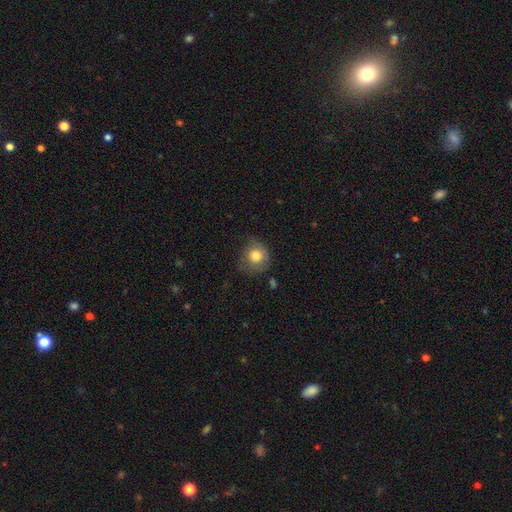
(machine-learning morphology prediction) Overall: smooth (78%). How rounded: round (85%). Merging: none (60%; minor disturbance 28%).